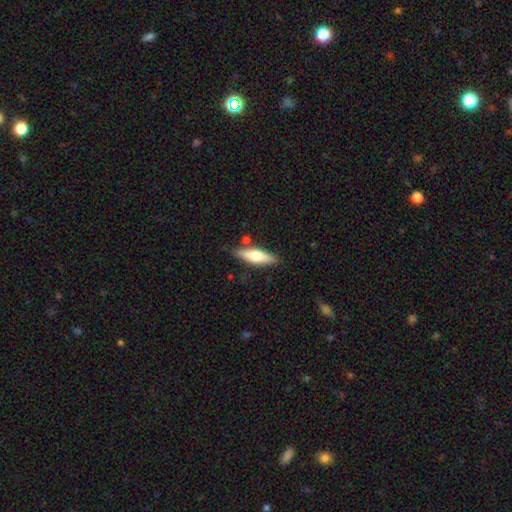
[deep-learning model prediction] smooth 54%, featured or disk 40%, star or artifact 6%. Down the decision tree: how rounded — cigar-shaped (55%); merging — none (79%).